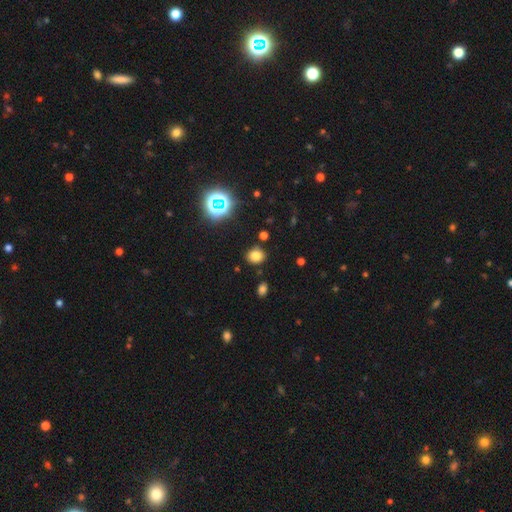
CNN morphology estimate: smooth 75%, star or artifact 18%, featured or disk 7%. Down the decision tree: how rounded — round (71%); merging — none (85%).